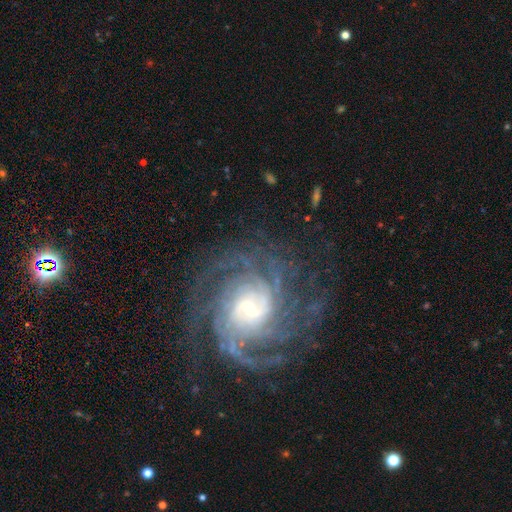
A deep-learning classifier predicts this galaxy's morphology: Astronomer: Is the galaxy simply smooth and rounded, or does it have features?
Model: featured or disk — 90%.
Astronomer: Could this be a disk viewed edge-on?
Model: no — 98%.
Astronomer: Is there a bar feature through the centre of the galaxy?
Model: no — 46% (runner-up: weak, 38%).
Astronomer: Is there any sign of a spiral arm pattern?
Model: yes — 98%.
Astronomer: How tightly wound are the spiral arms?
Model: tight — 64%.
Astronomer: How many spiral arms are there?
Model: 4 — 21% (runner-up: 3, 20%).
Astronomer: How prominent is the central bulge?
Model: small — 59%.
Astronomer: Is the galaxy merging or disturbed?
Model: none — 77%.